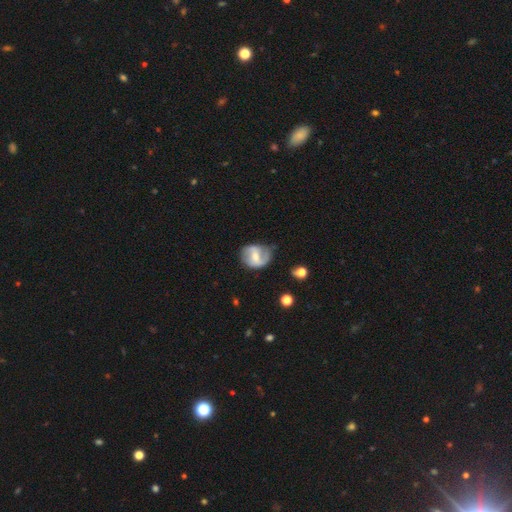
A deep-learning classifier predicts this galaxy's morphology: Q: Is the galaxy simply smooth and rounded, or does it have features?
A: featured or disk — 64%.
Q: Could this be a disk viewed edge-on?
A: no — 97%.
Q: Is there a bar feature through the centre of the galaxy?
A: weak — 47%.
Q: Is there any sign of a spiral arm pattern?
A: yes — 80%.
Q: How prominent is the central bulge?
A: moderate — 47%.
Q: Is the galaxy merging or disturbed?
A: none — 53%.